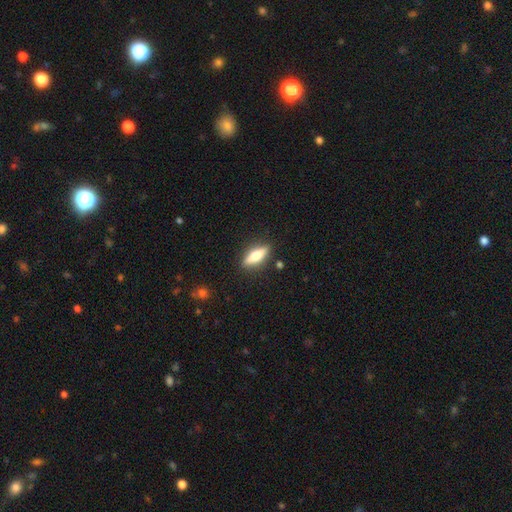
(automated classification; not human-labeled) Morphology: type=smooth (57%); roundness=cigar-shaped (51%); merging=none (86%).